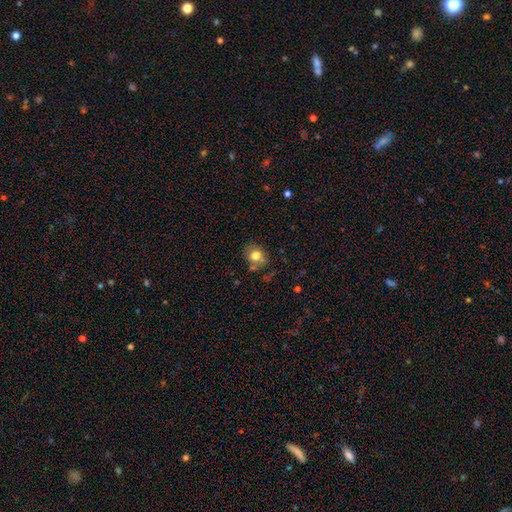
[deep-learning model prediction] Smooth or featured? Predicted: smooth (p=0.76). How rounded? Predicted: round (p=0.68). Merging? Predicted: none (p=0.65).